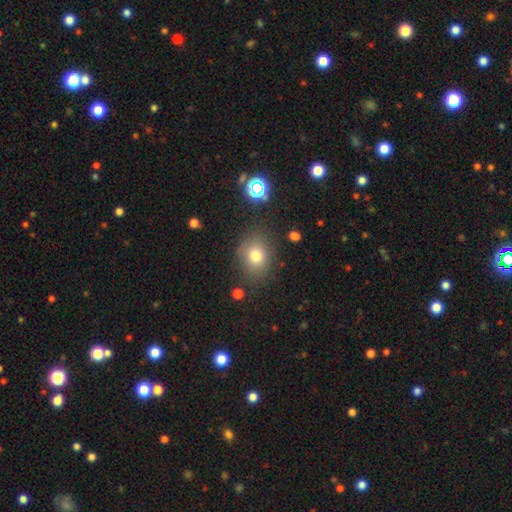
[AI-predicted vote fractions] Morphology: type=smooth (76%); roundness=round (58%); merging=none (80%).